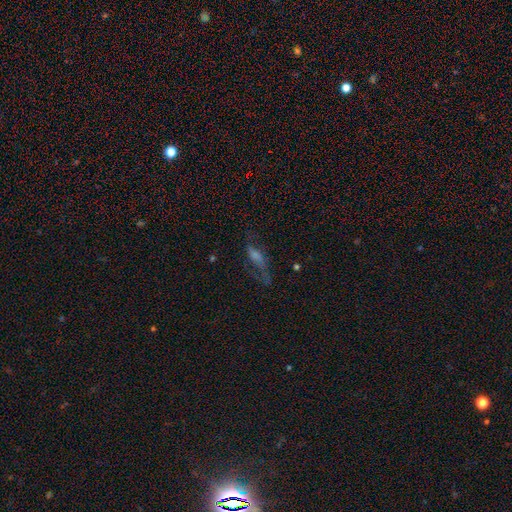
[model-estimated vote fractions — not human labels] featured or disk 51%, smooth 29%, star or artifact 20%. Down the decision tree: edge-on disk — no (72%); merging — none (48%).